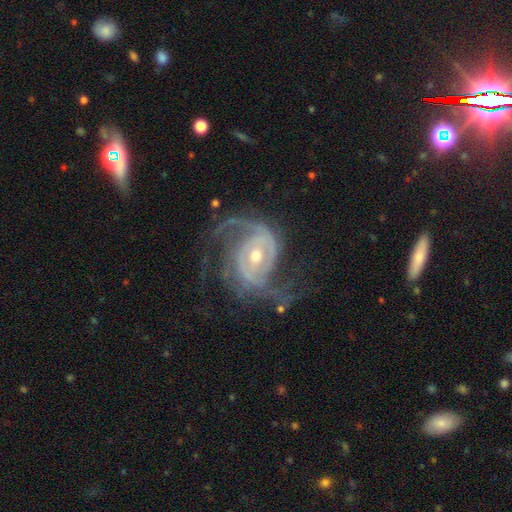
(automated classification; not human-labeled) Smooth or featured: featured or disk — 91% (star or artifact — 5%)
Edge-on disk: no — 97% (yes — 3%)
Bar: no — 44% (weak — 39%)
Spiral arms: yes — 97% (no — 3%)
Spiral winding: medium — 45% (tight — 36%)
Spiral arm count: 2 — 46% (3 — 20%)
Bulge size: moderate — 51% (small — 45%)
Merging: none — 56% (major disturbance — 23%)